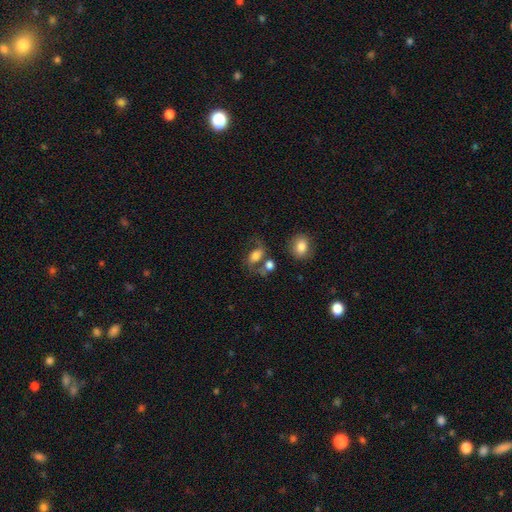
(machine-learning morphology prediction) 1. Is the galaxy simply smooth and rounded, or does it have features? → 55% smooth, 34% featured or disk, 11% star or artifact.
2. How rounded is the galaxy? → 78% in between, 19% round, 3% cigar-shaped.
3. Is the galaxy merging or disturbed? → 45% none, 19% minor disturbance, 19% merger, 17% major disturbance.